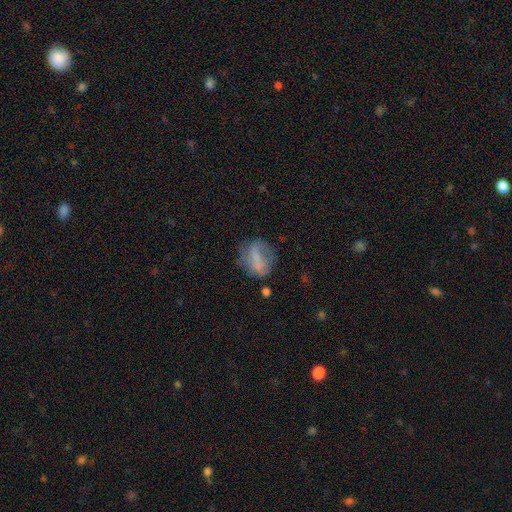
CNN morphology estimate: The model was most divided on "how rounded": in between: 56%, round: 39%, cigar-shaped: 4%. Remaining: smooth or featured — smooth (54%); merging — none (49%).